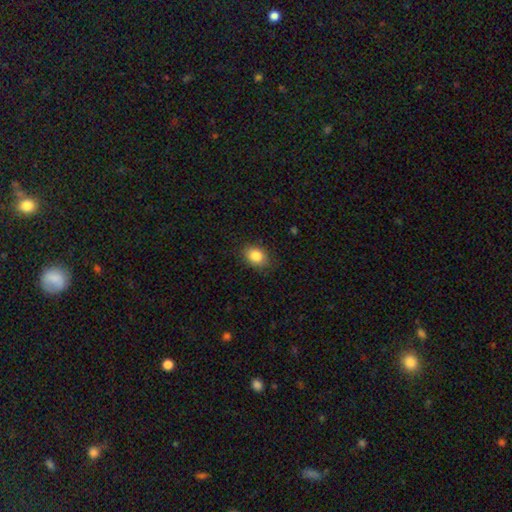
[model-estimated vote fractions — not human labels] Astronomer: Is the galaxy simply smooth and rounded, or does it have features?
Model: smooth — 85%.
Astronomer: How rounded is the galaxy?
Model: in between — 69%.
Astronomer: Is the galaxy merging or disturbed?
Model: none — 84%.